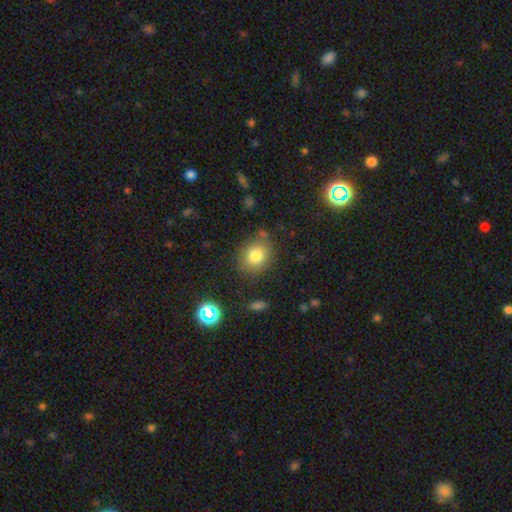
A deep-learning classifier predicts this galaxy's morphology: Q: Smooth or featured?
A: smooth (80%); runner-up: star or artifact (11%)
Q: How rounded?
A: round (61%); runner-up: in between (38%)
Q: Merging?
A: none (76%); runner-up: minor disturbance (15%)